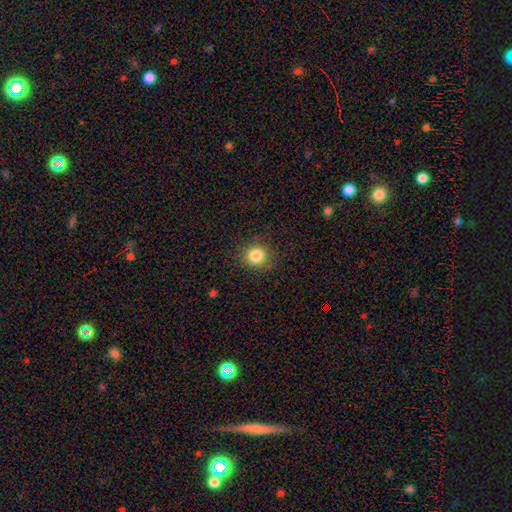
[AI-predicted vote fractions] A smooth galaxy with no disk features (84%) that is round (88%). Merging: none (88%).